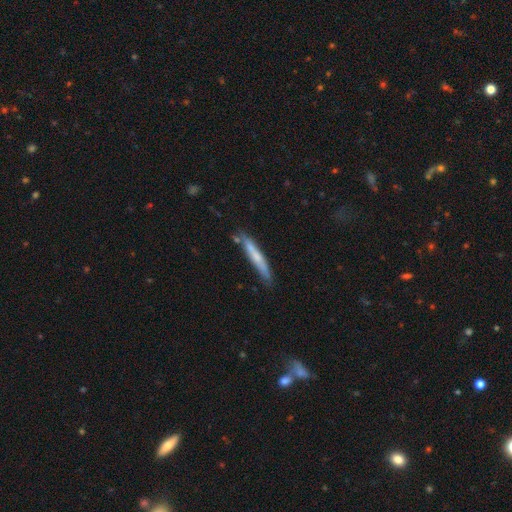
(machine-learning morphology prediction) This is possibly a smooth galaxy (58%). How rounded: clearly cigar-shaped (95%). Merging: likely none (76%).